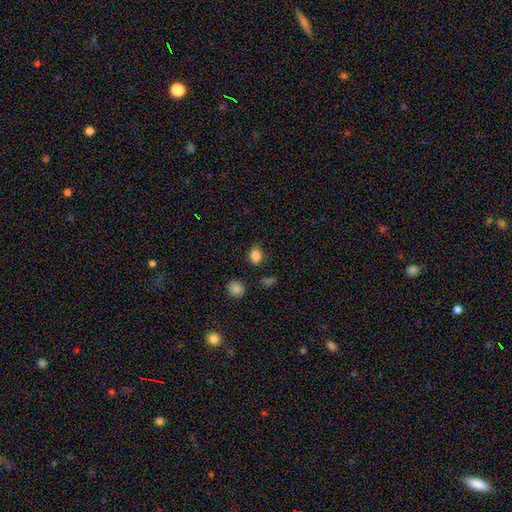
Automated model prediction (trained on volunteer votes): Smooth or featured? Predicted: smooth (p=0.84). How rounded? Predicted: in between (p=0.55). Merging? Predicted: none (p=0.80).